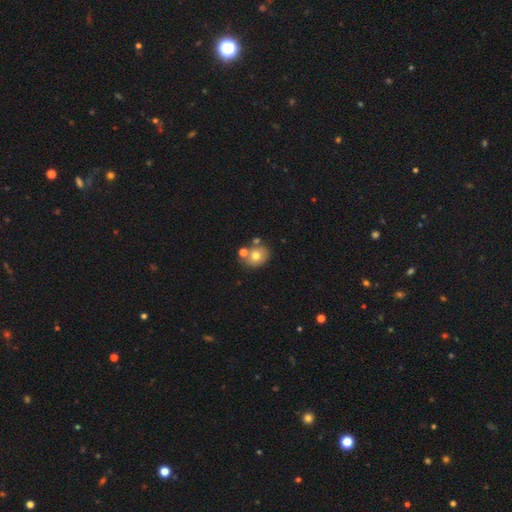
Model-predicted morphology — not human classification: Overall: smooth (69%). How rounded: round (65%; in between 34%). Merging: none (60%; merger 24%).